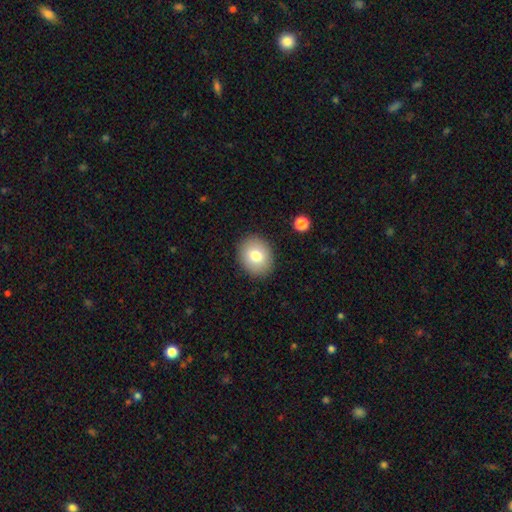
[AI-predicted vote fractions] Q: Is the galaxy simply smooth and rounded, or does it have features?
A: smooth — 78%.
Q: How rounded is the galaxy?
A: round — 63%.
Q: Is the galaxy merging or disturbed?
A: none — 89%.